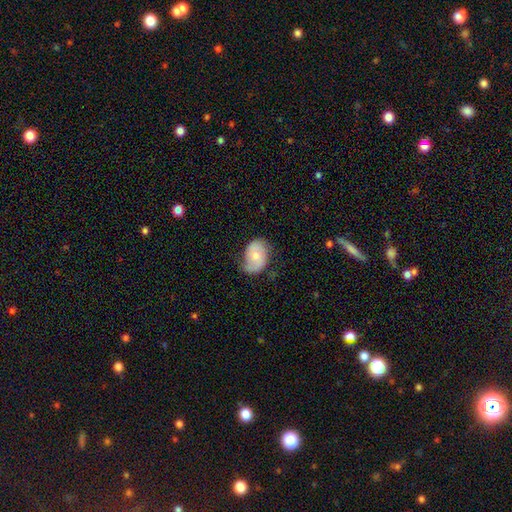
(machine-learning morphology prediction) A smooth galaxy with no disk features (53%) that is in between round and cigar-shaped (75%).

Vote fractions:
- Smooth or featured? smooth: 53% / featured or disk: 41% / star or artifact: 7%
- How rounded? in between: 75% / round: 24% / cigar-shaped: 1%
- Merging? none: 58% / minor disturbance: 31% / major disturbance: 10% / merger: 2%